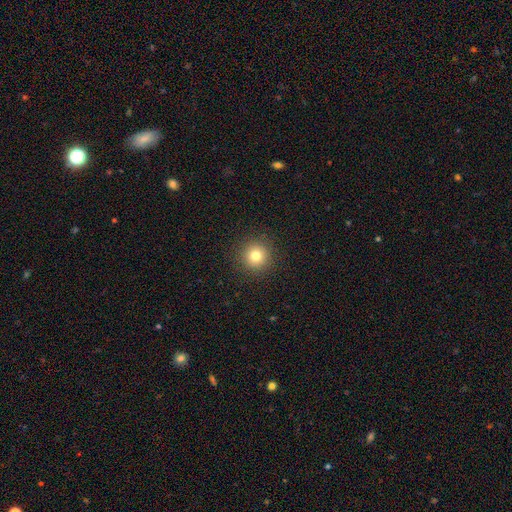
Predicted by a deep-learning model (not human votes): Smooth or featured?
  - smooth: 80% *
  - star or artifact: 13%
  - featured or disk: 7%
How rounded?
  - round: 95% *
  - in between: 4%
  - cigar-shaped: 1%
Merging?
  - none: 92% *
  - minor disturbance: 5%
  - major disturbance: 2%
  - merger: 1%